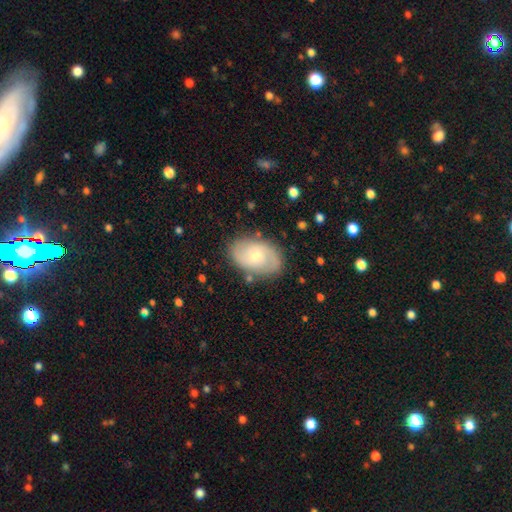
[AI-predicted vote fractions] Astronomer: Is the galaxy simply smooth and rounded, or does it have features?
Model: featured or disk — 59%.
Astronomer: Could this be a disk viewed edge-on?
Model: no — 95%.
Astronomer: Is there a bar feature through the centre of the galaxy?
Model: no — 73%.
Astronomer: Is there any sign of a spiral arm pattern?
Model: yes — 79%.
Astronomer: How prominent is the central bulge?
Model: moderate — 49% (runner-up: small, 47%).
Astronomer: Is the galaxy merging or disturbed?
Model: none — 82%.